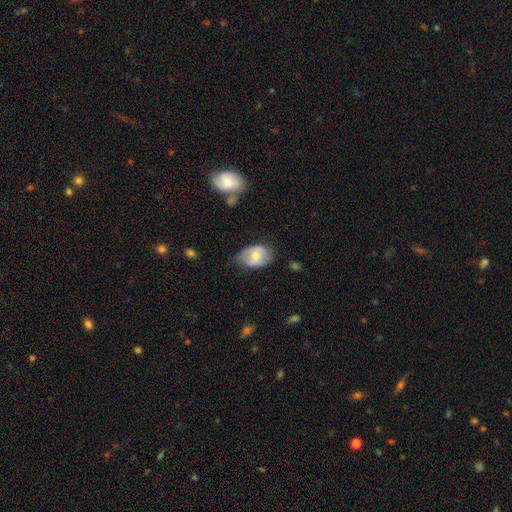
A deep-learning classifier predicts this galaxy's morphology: Q: Smooth or featured?
A: smooth (66%); runner-up: featured or disk (28%)
Q: How rounded?
A: in between (81%); runner-up: round (18%)
Q: Merging?
A: none (61%); runner-up: minor disturbance (30%)